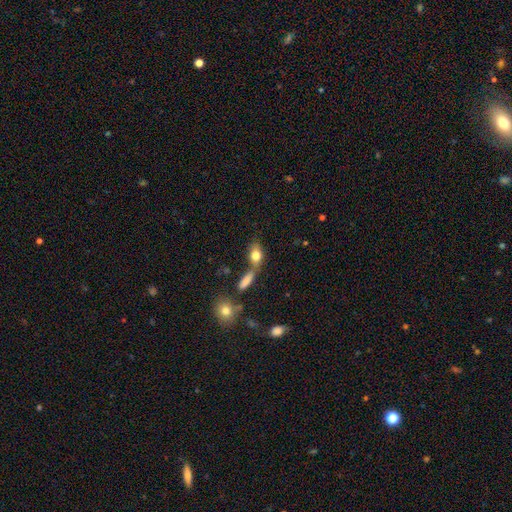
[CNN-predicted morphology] A smooth galaxy with no disk features (78%) that is in between round and cigar-shaped (78%). Merging: none (41%).